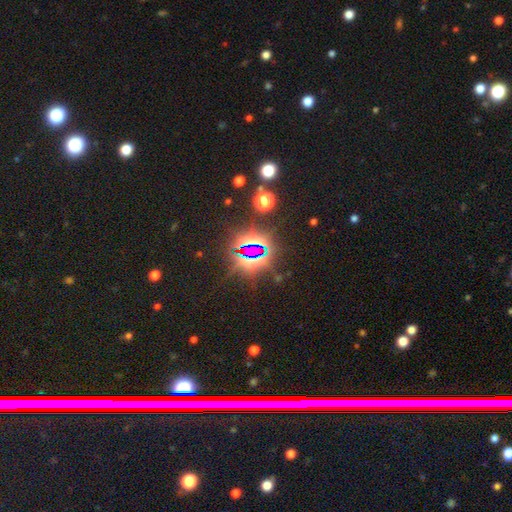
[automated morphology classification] A star or artifact, not a galaxy (82%).